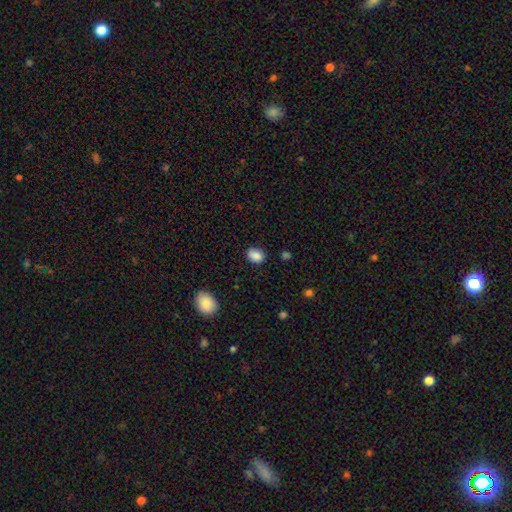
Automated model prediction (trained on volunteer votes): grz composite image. It shows a smooth galaxy with no disk features (86%) that is in between round and cigar-shaped (60%). Merging: none (81%).